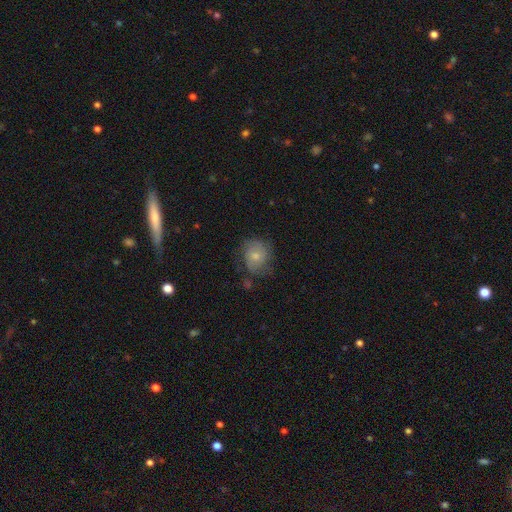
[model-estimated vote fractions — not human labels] Smooth or featured? smooth (60%)
How rounded? round (66%)
Merging? none (58%)